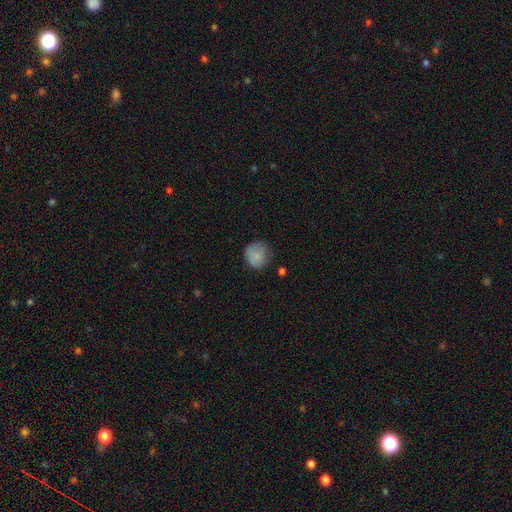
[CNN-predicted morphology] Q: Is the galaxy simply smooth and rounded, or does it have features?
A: smooth — 82%.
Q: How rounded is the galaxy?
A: round — 84%.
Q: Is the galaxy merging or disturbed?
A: none — 64%.